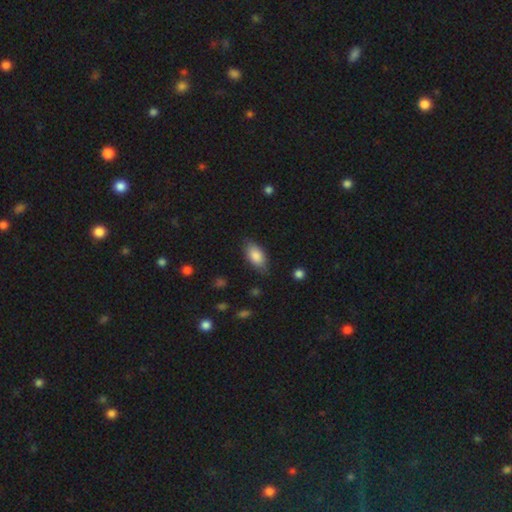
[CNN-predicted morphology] Smooth or featured? Predicted: smooth (p=0.85). How rounded? Predicted: in between (p=0.91). Merging? Predicted: none (p=0.78).